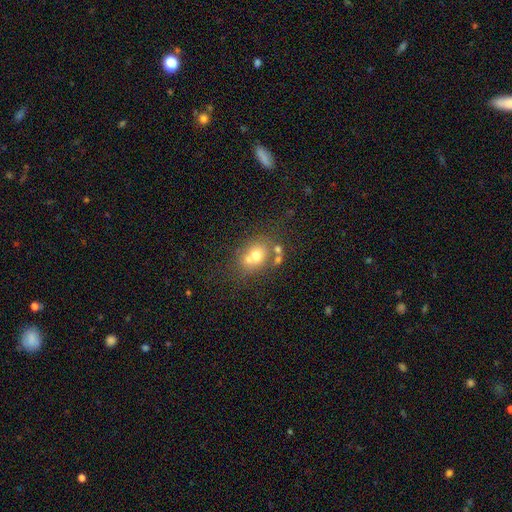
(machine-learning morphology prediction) This is likely a smooth galaxy (63%). How rounded: possibly round (58%). Merging: marginally none (43%).